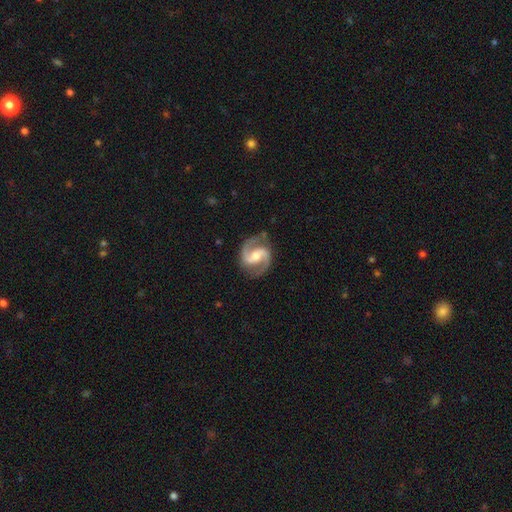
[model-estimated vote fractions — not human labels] Morphology: type=featured or disk (93%); edge-on=no (98%); bar=weak (46%); spiral arms=yes (98%); winding=medium (65%); arm count=2 (94%); bulge=moderate (59%); merging=none (83%).